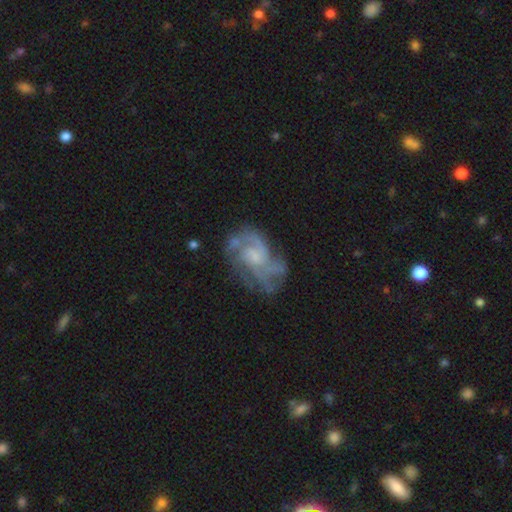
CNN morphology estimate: A featured or disk galaxy (82%) with no bar (65%), 3 (31%) medium (46%) spiral arms (92%) and a small central bulge (42%). Merging: none (55%).